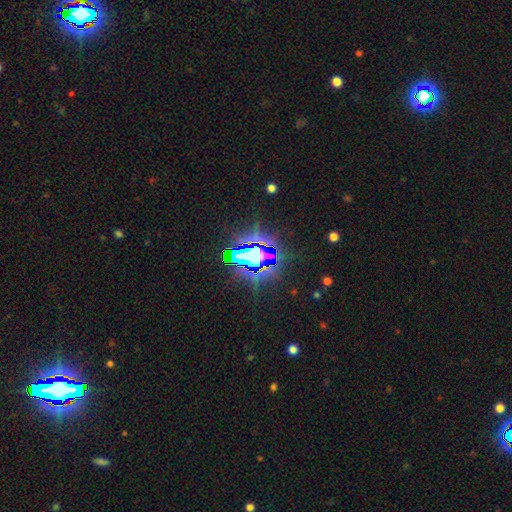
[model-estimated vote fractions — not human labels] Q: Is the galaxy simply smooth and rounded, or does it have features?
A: star or artifact — 71%.